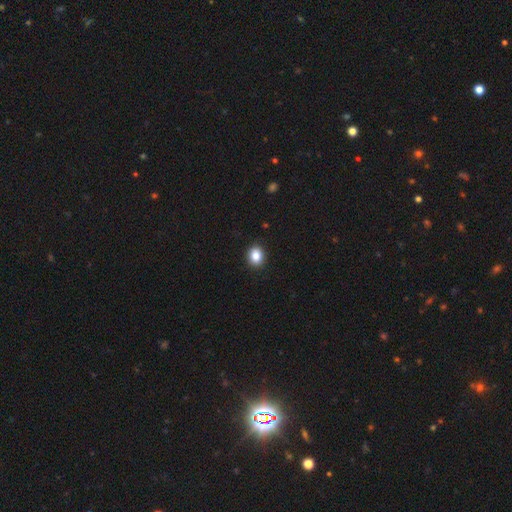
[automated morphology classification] Q: Smooth or featured?
A: smooth (87%); runner-up: star or artifact (9%)
Q: How rounded?
A: round (60%); runner-up: in between (39%)
Q: Merging?
A: none (91%); runner-up: minor disturbance (6%)